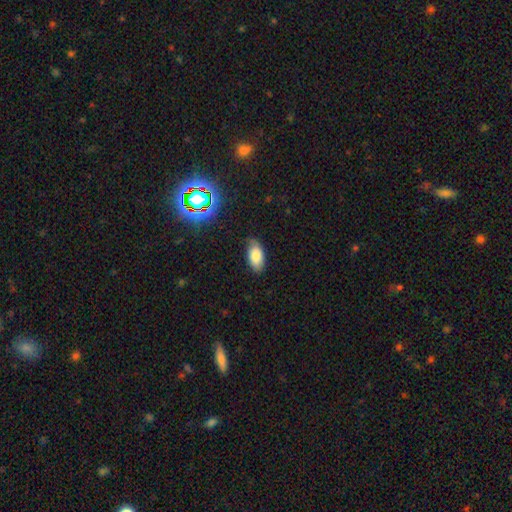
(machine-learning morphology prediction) Smooth or featured? Predicted: smooth (p=0.80). How rounded? Predicted: in between (p=0.93). Merging? Predicted: none (p=0.75).